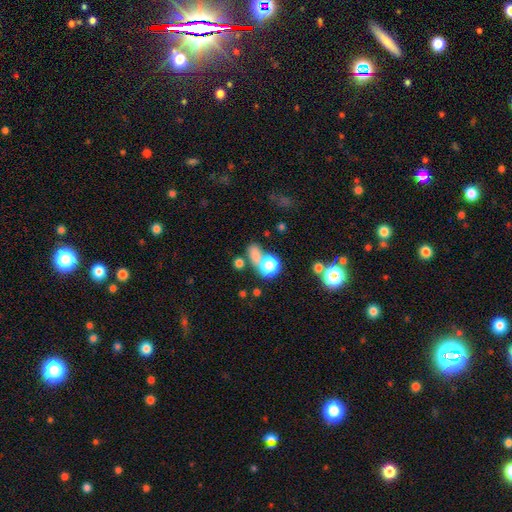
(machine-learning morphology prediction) Smooth or featured? smooth (72%)
How rounded? round (57%)
Merging? merger (41%)